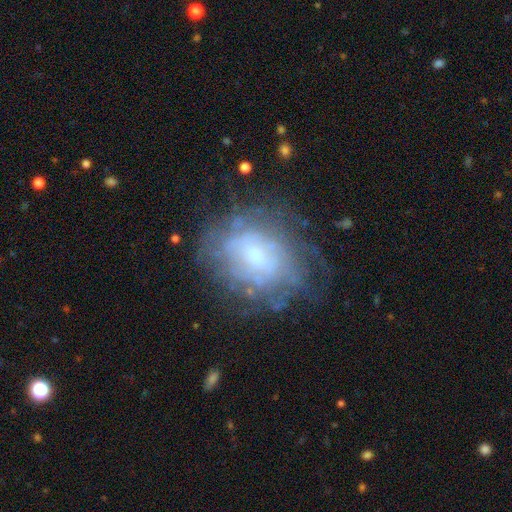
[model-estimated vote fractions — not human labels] Overall: featured or disk (62%; smooth 27%). Edge-on disk: no (97%). Bar: no (60%; weak 34%). Spiral arms: yes (53%; no 47%). Bulge size: moderate (41%; small 40%). Merging: none (64%).